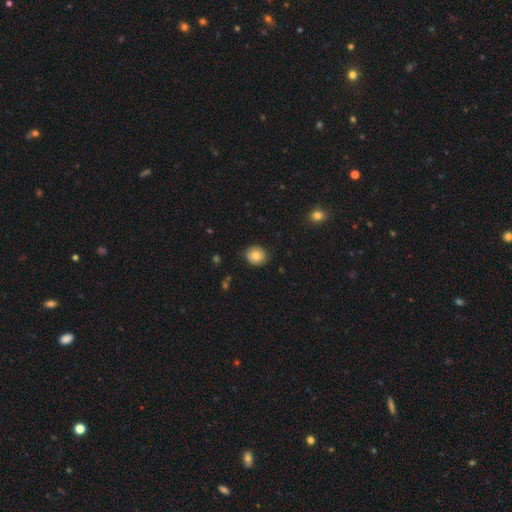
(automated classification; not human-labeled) smooth 76%, featured or disk 15%, star or artifact 8%. Down the decision tree: how rounded — round (78%); merging — none (85%).